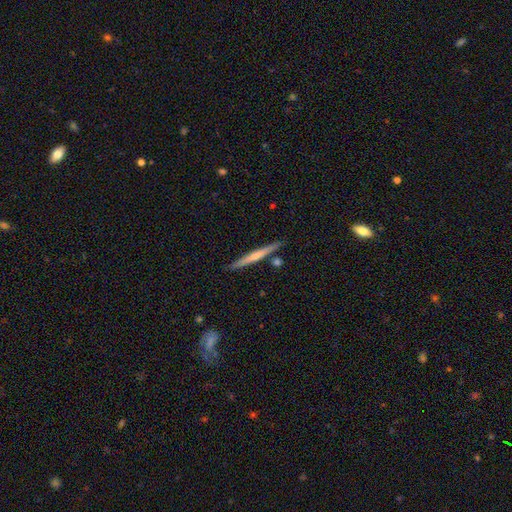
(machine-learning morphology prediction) Smooth or featured? Predicted: featured or disk (p=0.66). Edge-on disk? Predicted: yes (p=0.98). Edge-on bulge? Predicted: rounded (p=0.60). Merging? Predicted: none (p=0.88).